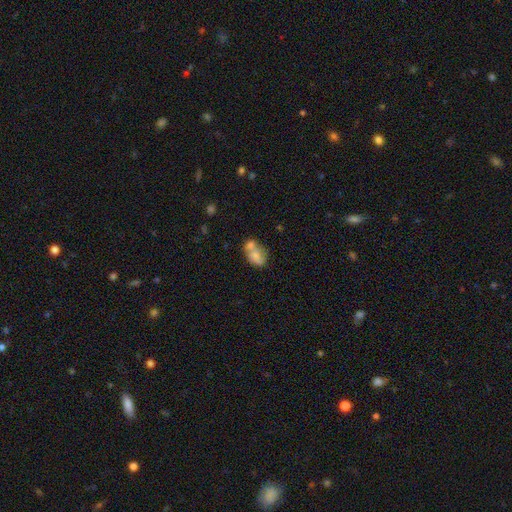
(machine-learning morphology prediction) type=smooth (68%); roundness=in between (79%); merging=merger (53%).